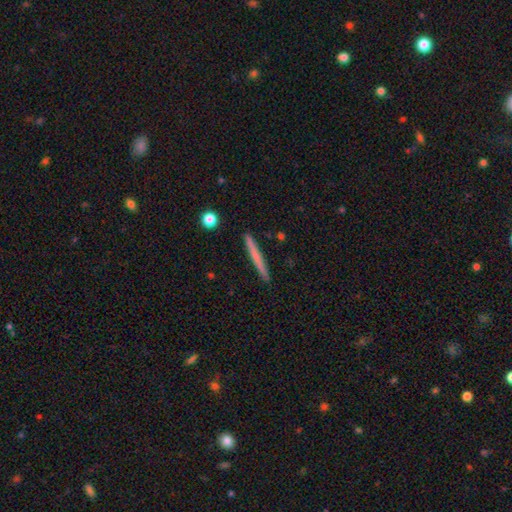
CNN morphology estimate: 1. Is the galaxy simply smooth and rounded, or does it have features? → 64% smooth, 30% featured or disk, 6% star or artifact.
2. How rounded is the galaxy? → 97% cigar-shaped, 2% in between, 1% round.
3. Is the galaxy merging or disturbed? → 92% none, 6% minor disturbance, 1% merger, 1% major disturbance.